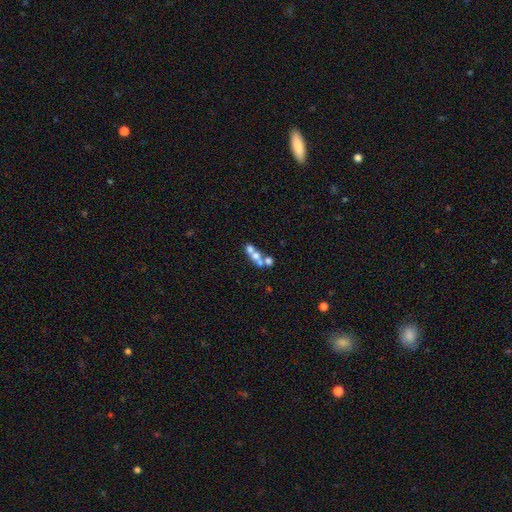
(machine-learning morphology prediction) Smooth or featured? smooth (51%)
How rounded? round (56%)
Merging? merger (58%)